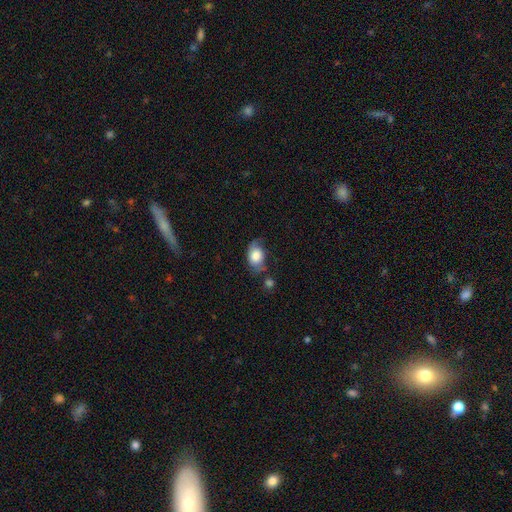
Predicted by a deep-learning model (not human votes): smooth_or_featured: smooth (p=0.73) [alt: featured or disk p=0.19]
how_rounded: in between (p=0.80) [alt: round p=0.19]
merging: none (p=0.43) [alt: minor disturbance p=0.34]